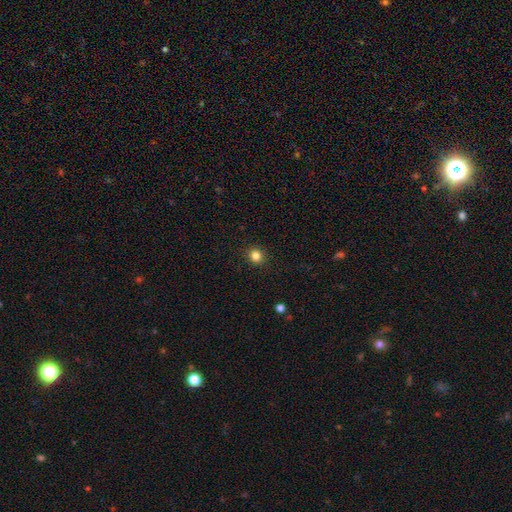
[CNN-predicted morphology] type=smooth (83%); roundness=round (88%); merging=none (92%).